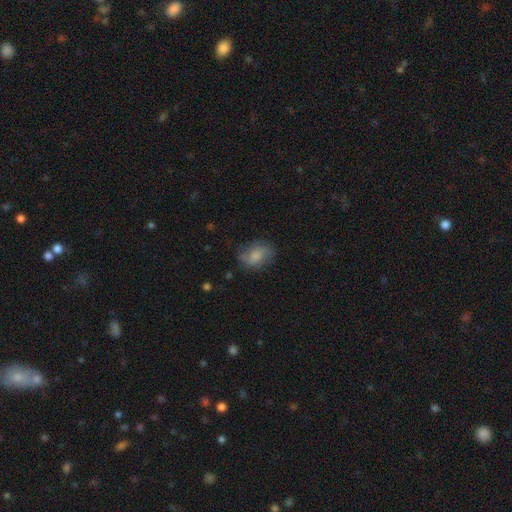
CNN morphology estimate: Smooth or featured?
  - smooth: 62% *
  - featured or disk: 29%
  - star or artifact: 9%
How rounded?
  - in between: 72% *
  - round: 26%
  - cigar-shaped: 2%
Merging?
  - none: 65% *
  - minor disturbance: 24%
  - major disturbance: 10%
  - merger: 2%